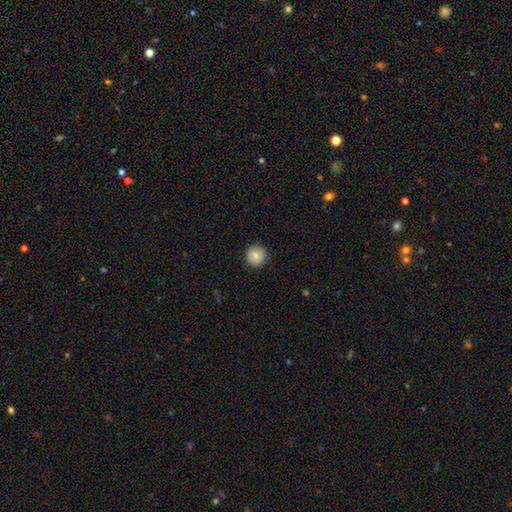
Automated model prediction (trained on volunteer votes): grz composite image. It shows a smooth galaxy with no disk features (81%) that is round (94%). Merging: none (88%).